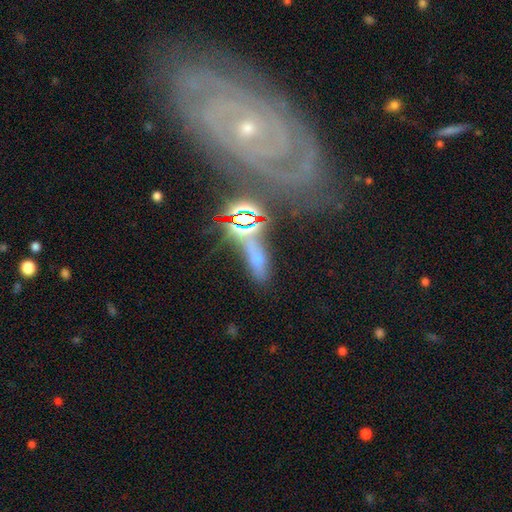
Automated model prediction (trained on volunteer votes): Overall: star or artifact (42%; smooth 32%).